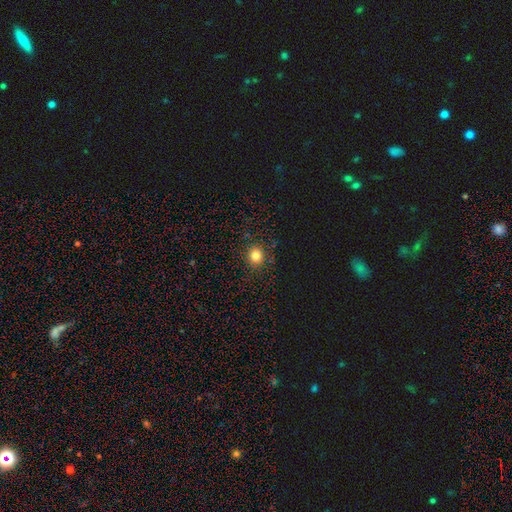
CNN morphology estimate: Smooth or featured? Predicted: smooth (p=0.81). How rounded? Predicted: round (p=0.86). Merging? Predicted: none (p=0.89).